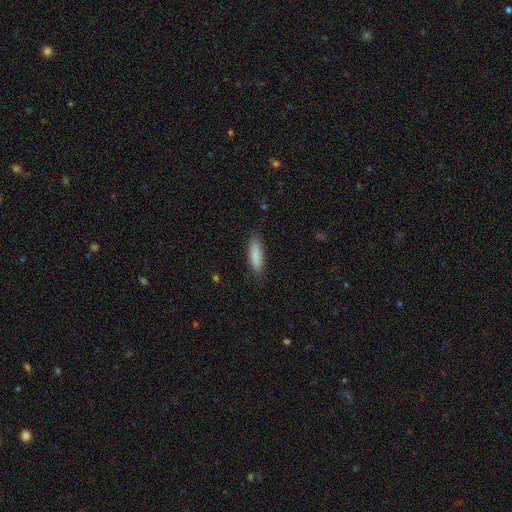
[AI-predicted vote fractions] smooth_or_featured: smooth (p=0.87) [alt: featured or disk p=0.07]
how_rounded: cigar-shaped (p=0.54) [alt: in between p=0.44]
merging: none (p=0.84) [alt: minor disturbance p=0.12]